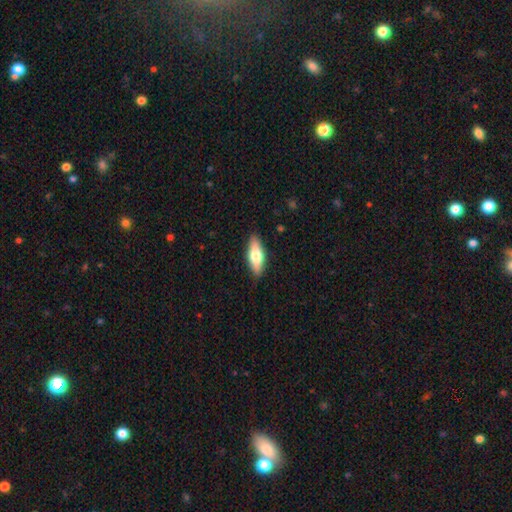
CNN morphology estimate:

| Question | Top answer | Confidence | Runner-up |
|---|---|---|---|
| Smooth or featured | smooth | 60% | featured or disk (34%) |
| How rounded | in between | 61% | cigar-shaped (37%) |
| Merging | none | 88% | minor disturbance (9%) |